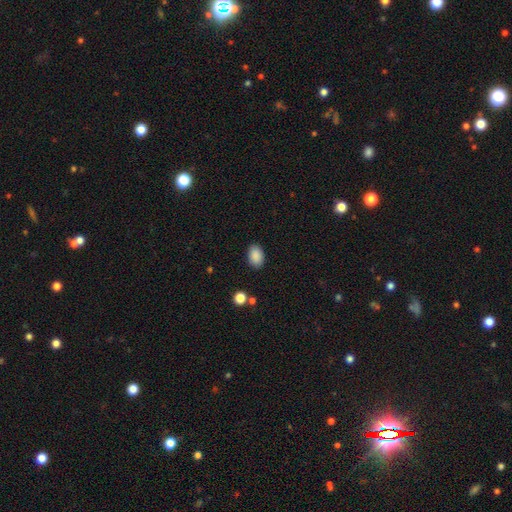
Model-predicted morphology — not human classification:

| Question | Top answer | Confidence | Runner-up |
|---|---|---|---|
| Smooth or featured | smooth | 89% | star or artifact (8%) |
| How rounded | in between | 85% | round (14%) |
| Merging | none | 87% | minor disturbance (9%) |